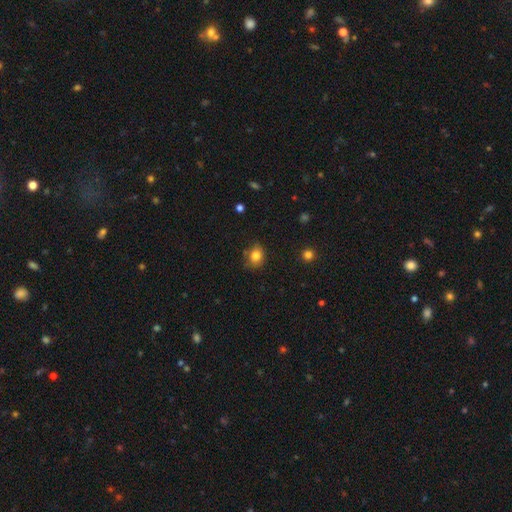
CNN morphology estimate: type=smooth (82%); roundness=round (58%); merging=none (76%).